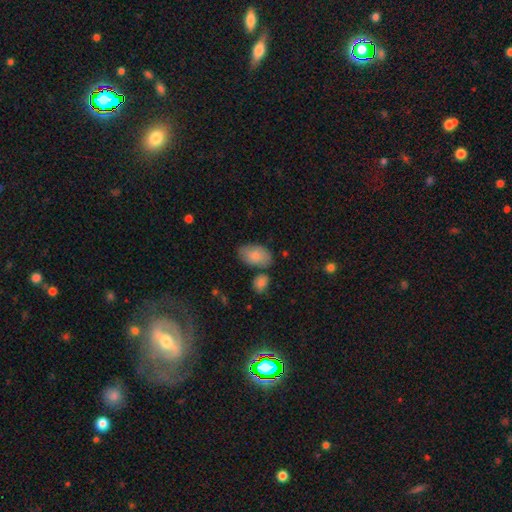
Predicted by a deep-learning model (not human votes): Smooth or featured? smooth (82%)
How rounded? in between (92%)
Merging? none (67%)